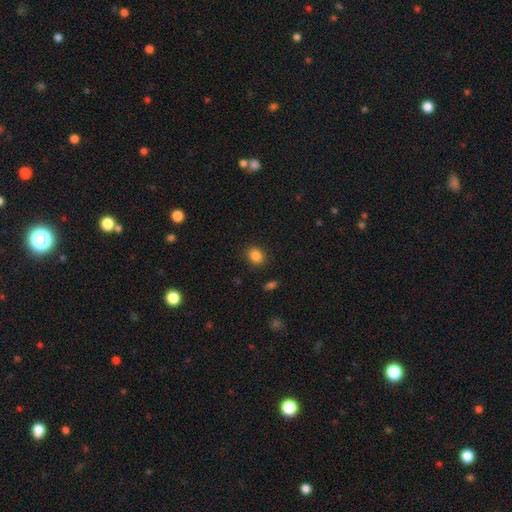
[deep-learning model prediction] This appears to be a smooth galaxy with no disk features (85%) that is round (51%). Merging: none (87%).